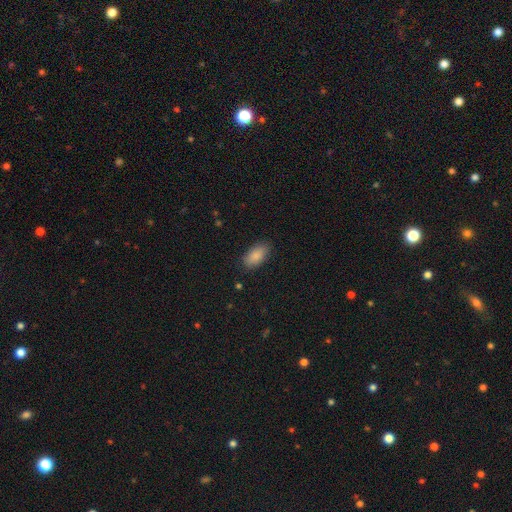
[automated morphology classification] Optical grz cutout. It shows a smooth galaxy with no disk features (87%) that is in between round and cigar-shaped (93%). Merging: none (85%).